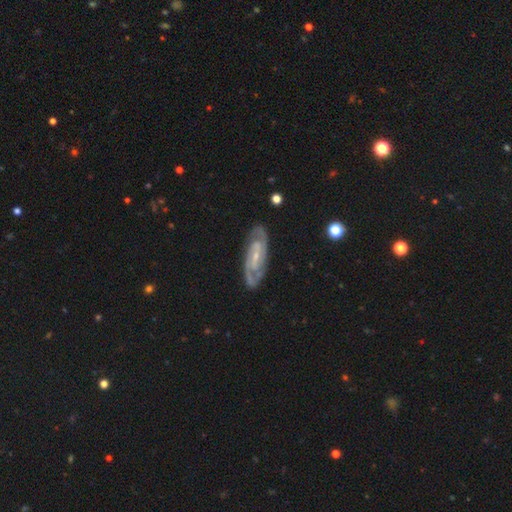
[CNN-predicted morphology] A featured or disk galaxy (87%) with a weak bar (45%), 2 (80%) tight (47%) spiral arms (96%) and a small central bulge (72%). Merging: none (82%).